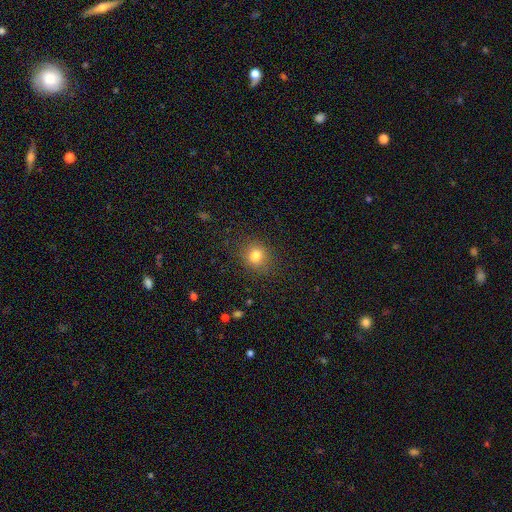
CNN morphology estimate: smooth_or_featured: smooth (p=0.80) [alt: star or artifact p=0.13]
how_rounded: round (p=0.82) [alt: in between p=0.17]
merging: none (p=0.87) [alt: minor disturbance p=0.09]